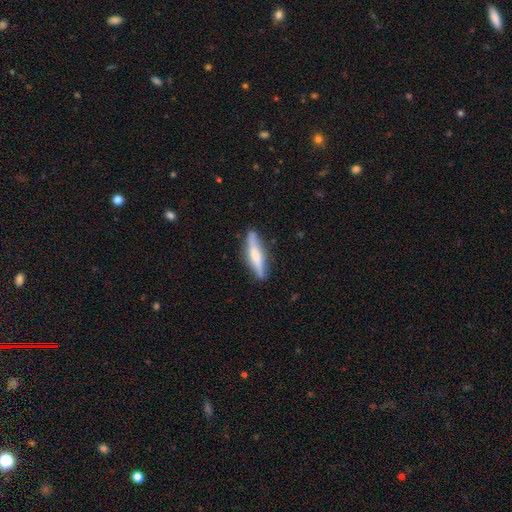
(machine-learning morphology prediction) Smooth or featured? Predicted: featured or disk (p=0.47, tied with smooth). Merging? Predicted: none (p=0.83).